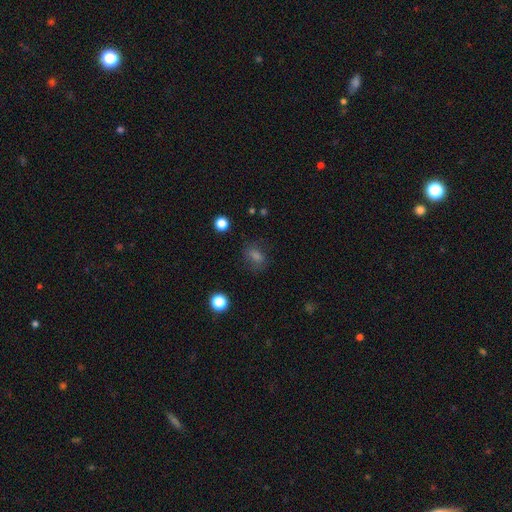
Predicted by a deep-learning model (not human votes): Smooth or featured? Predicted: smooth (p=0.66). How rounded? Predicted: in between (p=0.61). Merging? Predicted: none (p=0.75).